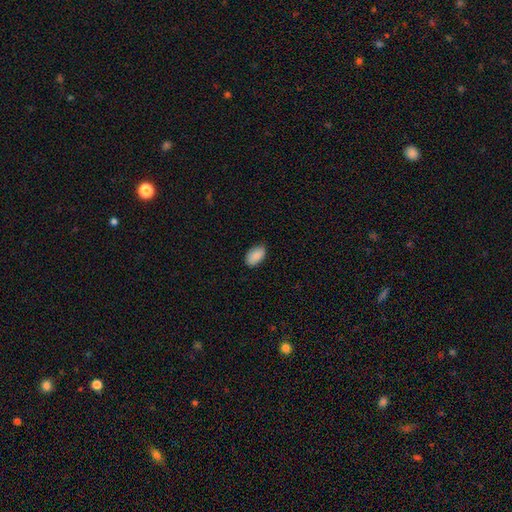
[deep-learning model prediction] This is clearly a smooth galaxy (89%). How rounded: clearly in between (93%). Merging: clearly none (80%).